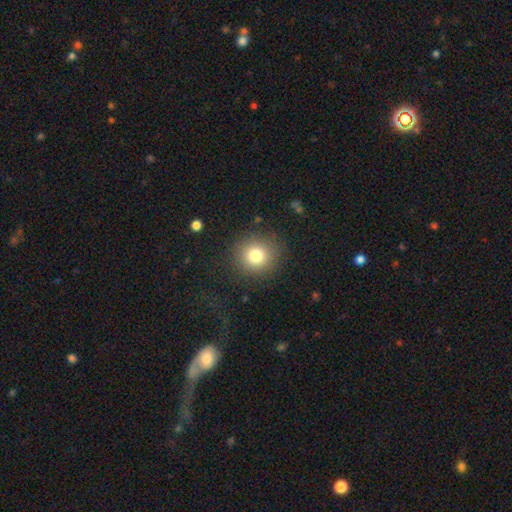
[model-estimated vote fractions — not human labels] This is clearly a smooth galaxy (80%). How rounded: clearly round (90%). Merging: clearly none (86%).